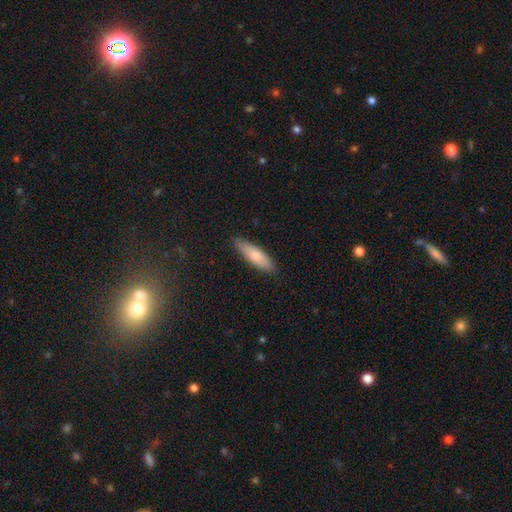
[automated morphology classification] The model was most divided on "how rounded": cigar-shaped: 53%, in between: 45%, round: 2%. More confident: merging — none (84%); smooth or featured — smooth (72%).